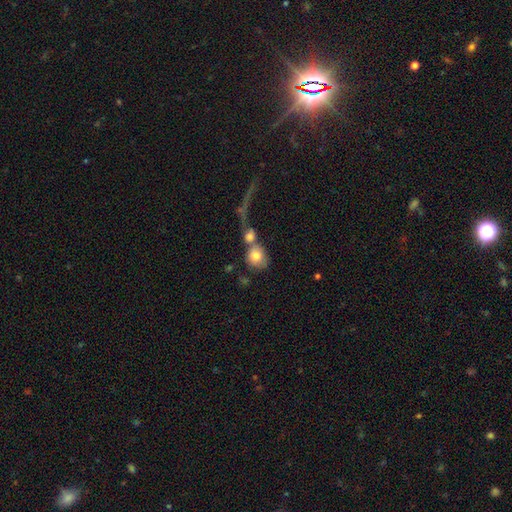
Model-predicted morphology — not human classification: This is likely a smooth galaxy (76%). How rounded: likely round (80%). Merging: possibly merger (49%).